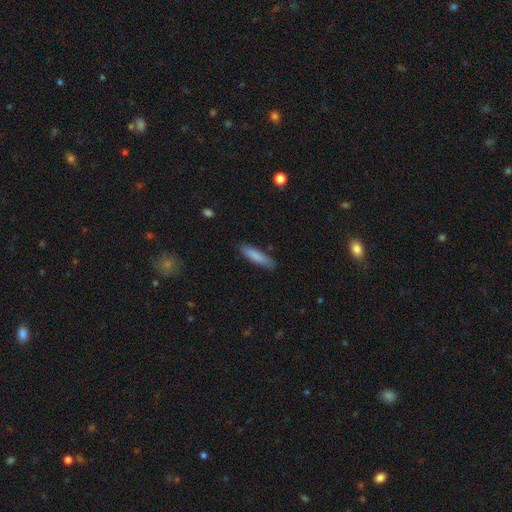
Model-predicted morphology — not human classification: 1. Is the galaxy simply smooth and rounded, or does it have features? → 85% smooth, 10% featured or disk, 6% star or artifact.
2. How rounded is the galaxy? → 73% cigar-shaped, 26% in between, 1% round.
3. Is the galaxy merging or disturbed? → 84% none, 12% minor disturbance, 2% major disturbance, 1% merger.